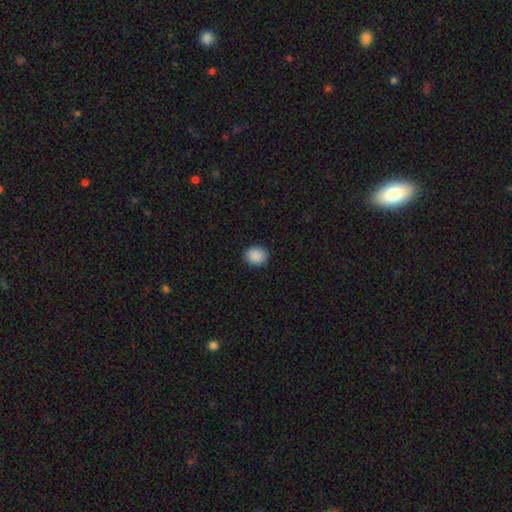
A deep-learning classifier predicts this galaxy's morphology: Smooth or featured? Predicted: smooth (p=0.90). How rounded? Predicted: round (p=0.65). Merging? Predicted: none (p=0.91).